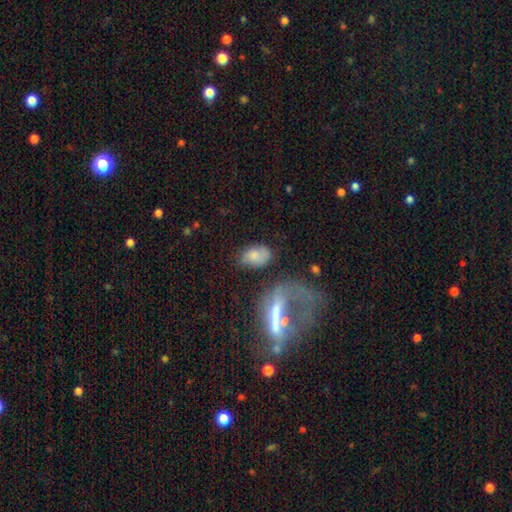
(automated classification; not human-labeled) This appears to be a smooth galaxy with no disk features (71%) that is in between round and cigar-shaped (88%). Merging: none (60%).